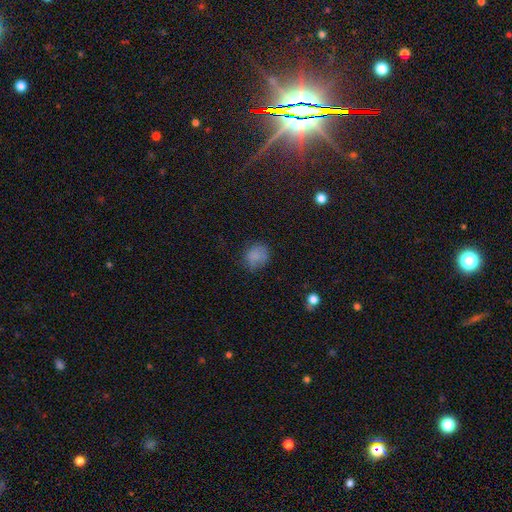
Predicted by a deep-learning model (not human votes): Morphology: type=smooth (79%); roundness=round (73%); merging=none (73%).